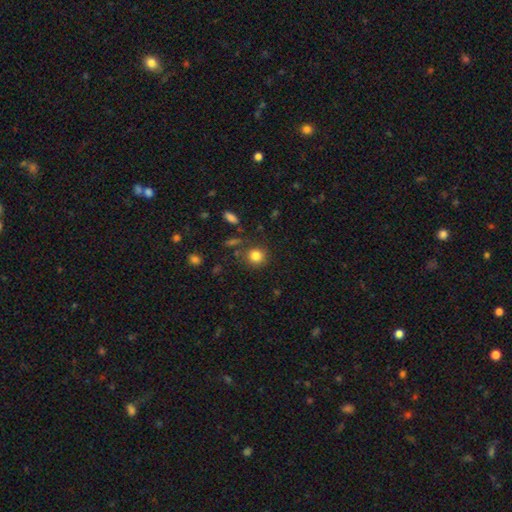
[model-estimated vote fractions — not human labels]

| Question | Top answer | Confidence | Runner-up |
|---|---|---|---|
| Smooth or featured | smooth | 83% | star or artifact (11%) |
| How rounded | round | 87% | in between (12%) |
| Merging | none | 81% | minor disturbance (10%) |